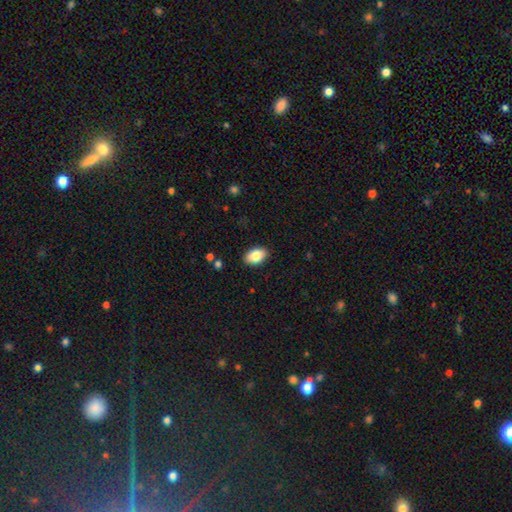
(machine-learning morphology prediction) Smooth or featured: smooth — 84% (featured or disk — 9%)
How rounded: in between — 90% (round — 9%)
Merging: none — 89% (minor disturbance — 8%)